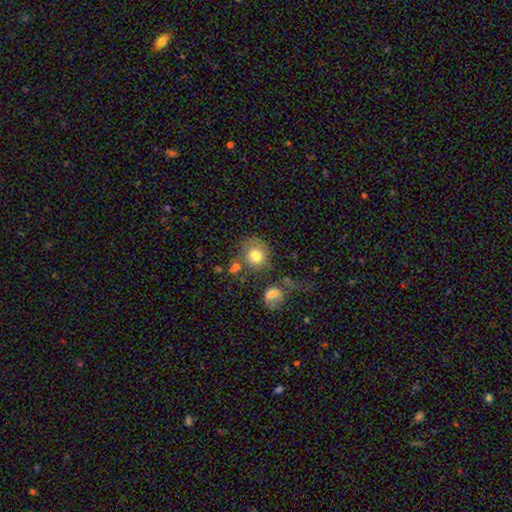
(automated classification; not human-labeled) Morphology: type=smooth (77%); roundness=round (75%); merging=none (51%).